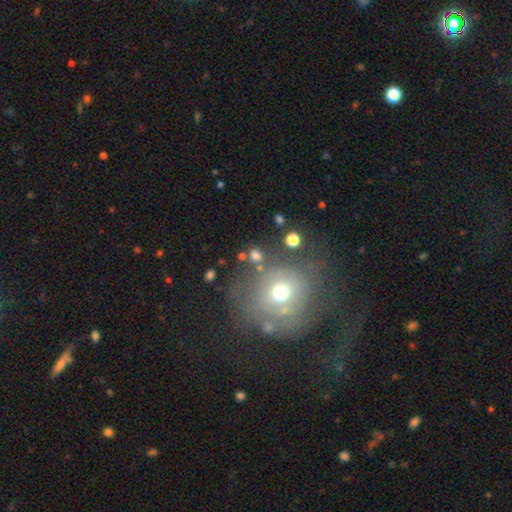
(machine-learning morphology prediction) Q: Smooth or featured?
A: smooth (70%); runner-up: star or artifact (19%)
Q: How rounded?
A: round (84%); runner-up: in between (15%)
Q: Merging?
A: none (73%); runner-up: minor disturbance (10%)